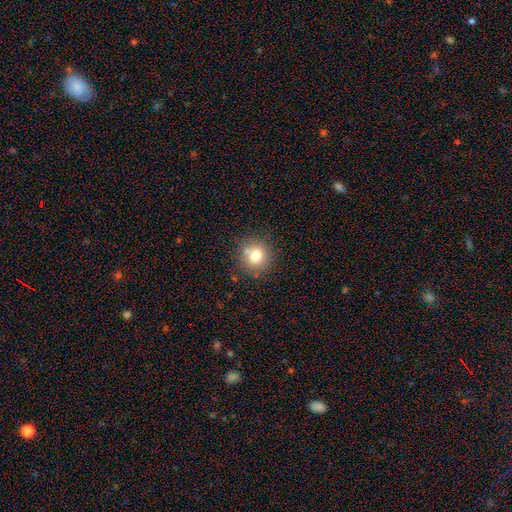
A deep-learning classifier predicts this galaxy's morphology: smooth_or_featured: smooth (p=0.75) [alt: star or artifact p=0.13]
how_rounded: round (p=0.90) [alt: in between p=0.09]
merging: none (p=0.78) [alt: minor disturbance p=0.10]